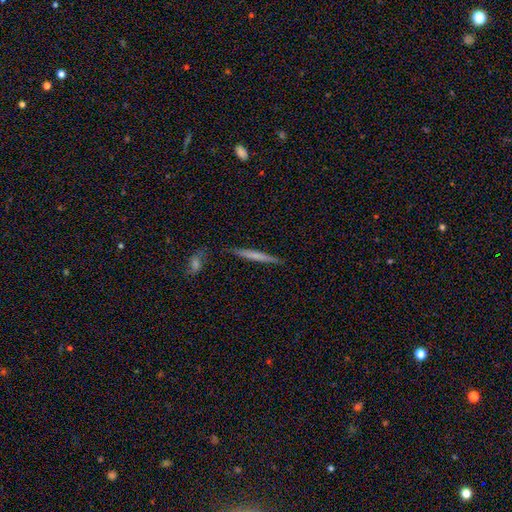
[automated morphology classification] Smooth or featured: smooth — 58% (featured or disk — 36%)
How rounded: cigar-shaped — 96% (in between — 3%)
Merging: none — 84% (minor disturbance — 10%)